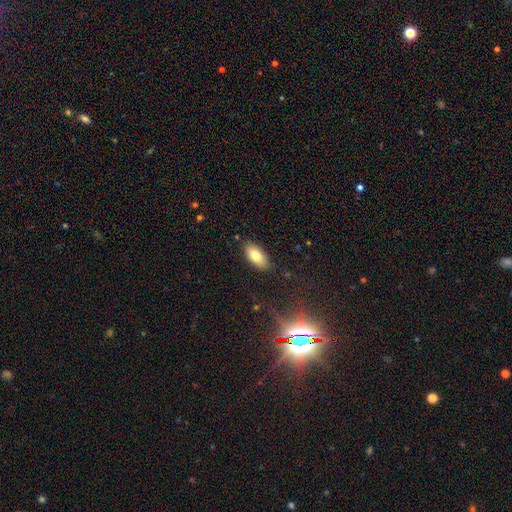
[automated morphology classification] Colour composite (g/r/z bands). It shows a smooth galaxy with no disk features (79%) that is in between round and cigar-shaped (89%). Merging: none (85%).